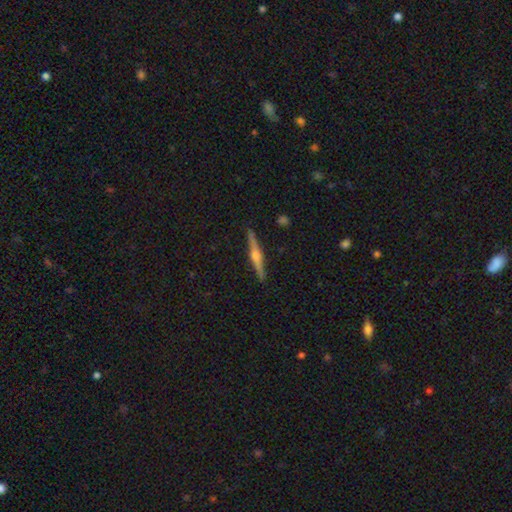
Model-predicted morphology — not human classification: type=featured or disk (78%); edge-on=yes (98%); edge-on bulge=rounded (89%); merging=none (91%).